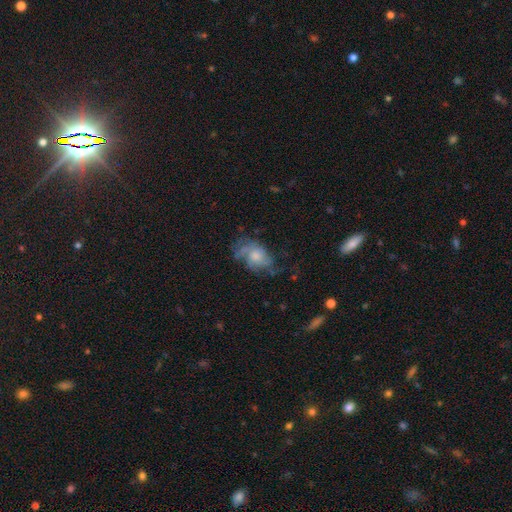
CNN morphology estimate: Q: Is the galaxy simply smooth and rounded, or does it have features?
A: featured or disk — 59%.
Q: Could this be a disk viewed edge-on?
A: no — 96%.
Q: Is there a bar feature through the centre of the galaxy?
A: no — 79%.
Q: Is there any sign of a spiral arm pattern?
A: yes — 78%.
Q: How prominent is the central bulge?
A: moderate — 46%.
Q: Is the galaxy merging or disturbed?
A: none — 46%.